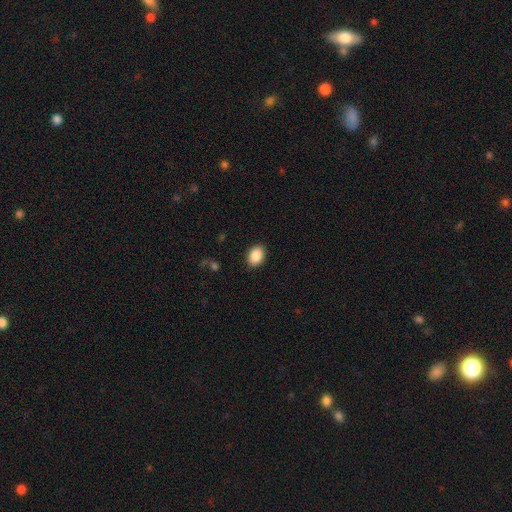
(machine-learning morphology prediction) smooth-or-featured: smooth: 88% | star or artifact: 8% | featured or disk: 4%
  how-rounded: in between: 77% | round: 22% | cigar-shaped: 1%
  merging: none: 89% | minor disturbance: 7% | major disturbance: 2% | merger: 1%